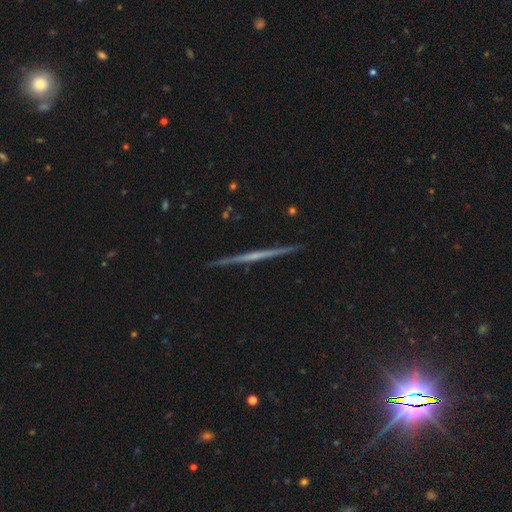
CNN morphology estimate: This is likely a featured or disk galaxy (74%). It is clearly viewed edge-on (98%). Edge-on bulge: likely none (69%). Merging: clearly none (92%).